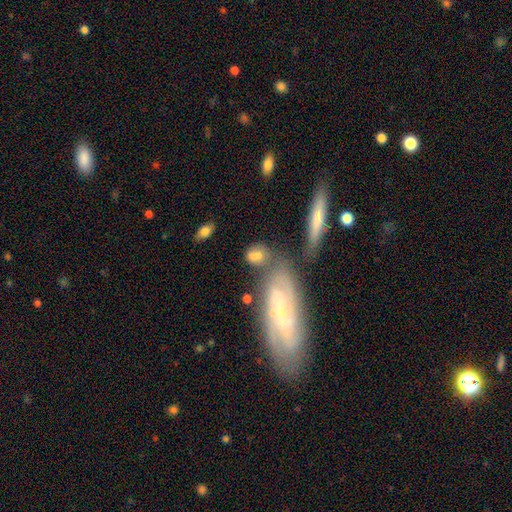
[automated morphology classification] type=smooth (68%); roundness=in between (54%); merging=none (44%).